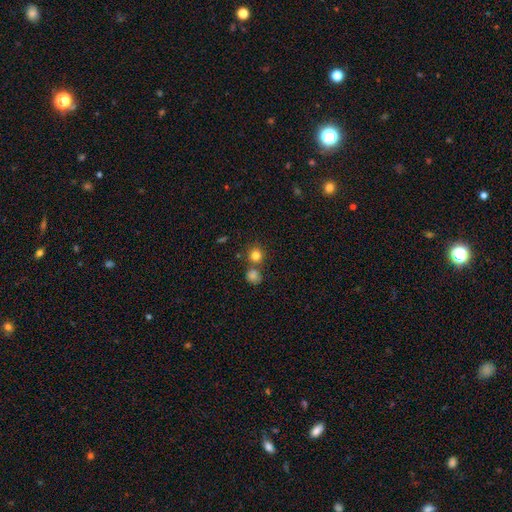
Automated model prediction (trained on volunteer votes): Q: Smooth or featured?
A: smooth (81%); runner-up: star or artifact (13%)
Q: How rounded?
A: round (90%); runner-up: in between (9%)
Q: Merging?
A: none (68%); runner-up: merger (21%)